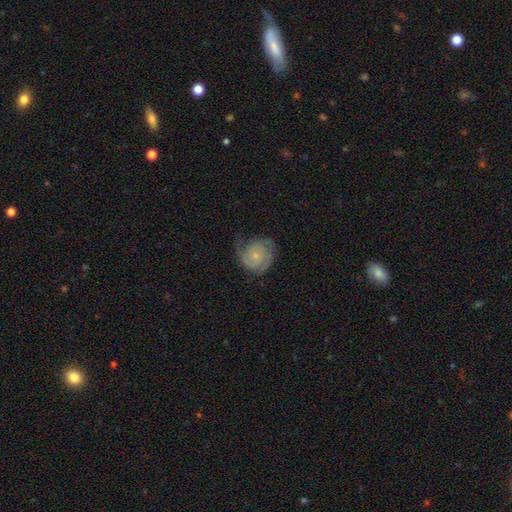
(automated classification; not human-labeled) smooth_or_featured: featured or disk (p=0.72) [alt: smooth p=0.22]
disk_edge_on: no (p=0.98) [alt: yes p=0.02]
bar: no (p=0.78) [alt: weak p=0.19]
has_spiral_arms: yes (p=0.92) [alt: no p=0.08]
spiral_winding: tight (p=0.57) [alt: medium p=0.31]
spiral_arm_count: 2 (p=0.48) [alt: can't tell p=0.21]
bulge_size: small (p=0.73) [alt: moderate p=0.20]
merging: none (p=0.58) [alt: minor disturbance p=0.26]